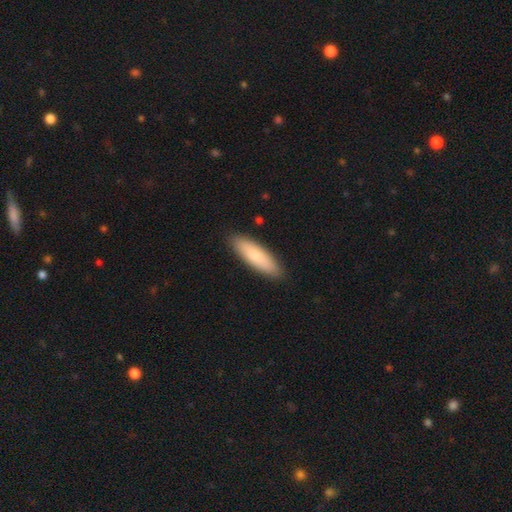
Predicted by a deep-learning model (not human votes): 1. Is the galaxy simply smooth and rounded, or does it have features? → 82% smooth, 13% featured or disk, 5% star or artifact.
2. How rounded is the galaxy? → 57% cigar-shaped, 42% in between, 1% round.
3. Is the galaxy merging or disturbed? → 89% none, 8% minor disturbance, 2% major disturbance, 1% merger.